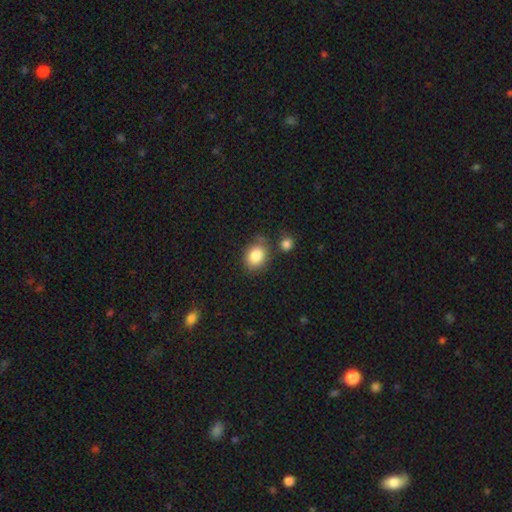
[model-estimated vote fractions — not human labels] smooth_or_featured: smooth (p=0.85) [alt: star or artifact p=0.08]
how_rounded: in between (p=0.56) [alt: round p=0.43]
merging: none (p=0.66) [alt: minor disturbance p=0.18]